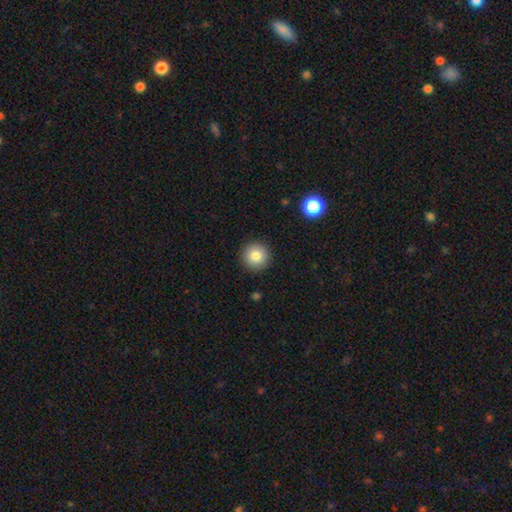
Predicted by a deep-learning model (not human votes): A smooth galaxy with no disk features (83%) that is round (96%). Merging: none (92%).